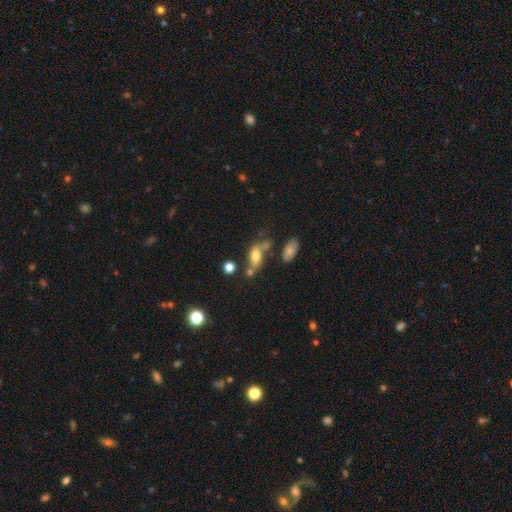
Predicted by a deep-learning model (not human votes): smooth_or_featured: smooth (p=0.64) [alt: featured or disk p=0.25]
how_rounded: in between (p=0.81) [alt: cigar-shaped p=0.12]
merging: none (p=0.43) [alt: merger p=0.25]